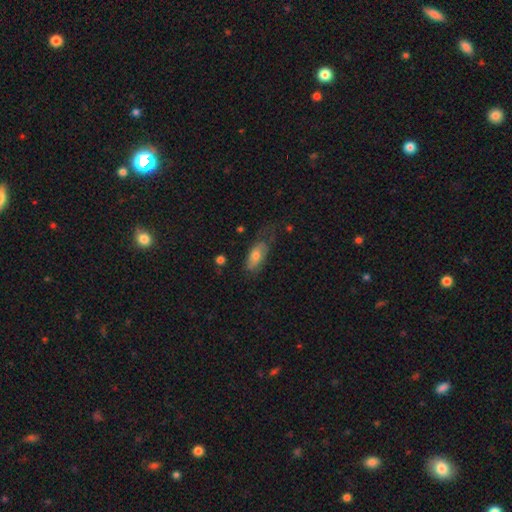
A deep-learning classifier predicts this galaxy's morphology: Q: Smooth or featured?
A: smooth (65%); runner-up: featured or disk (28%)
Q: How rounded?
A: in between (83%); runner-up: cigar-shaped (14%)
Q: Merging?
A: none (47%); runner-up: minor disturbance (30%)